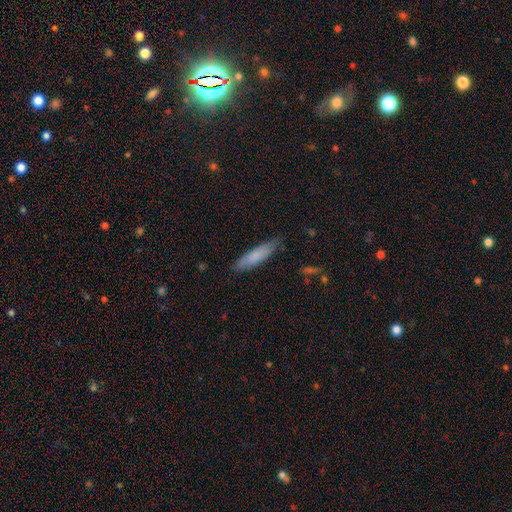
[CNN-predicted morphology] smooth-or-featured: smooth: 80% | featured or disk: 15% | star or artifact: 6%
  how-rounded: cigar-shaped: 75% | in between: 23% | round: 1%
  merging: none: 83% | minor disturbance: 14% | major disturbance: 2% | merger: 1%